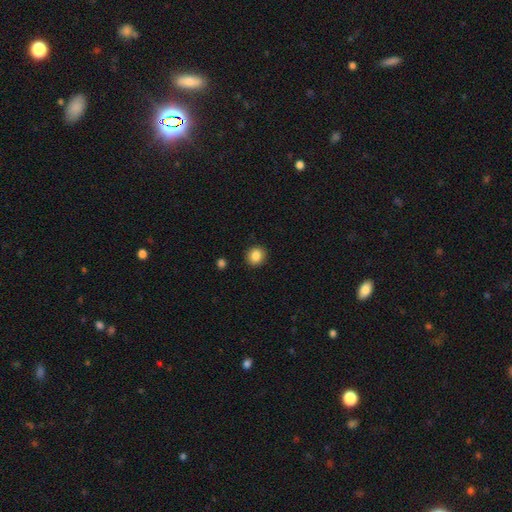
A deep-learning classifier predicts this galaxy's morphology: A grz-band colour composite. It shows a smooth galaxy with no disk features (86%) that is round (87%). Merging: none (91%).